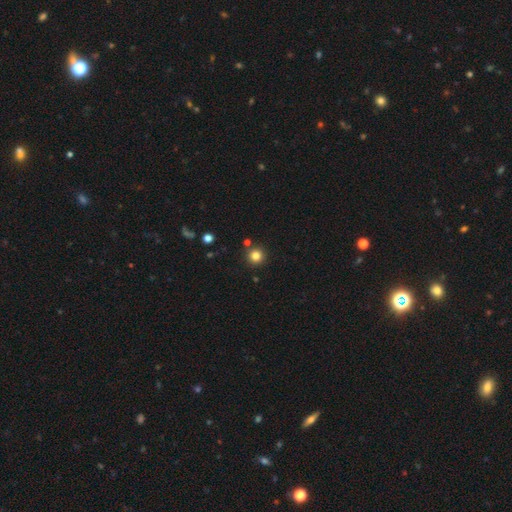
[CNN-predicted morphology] Smooth or featured? Predicted: smooth (p=0.82). How rounded? Predicted: round (p=0.95). Merging? Predicted: none (p=0.87).